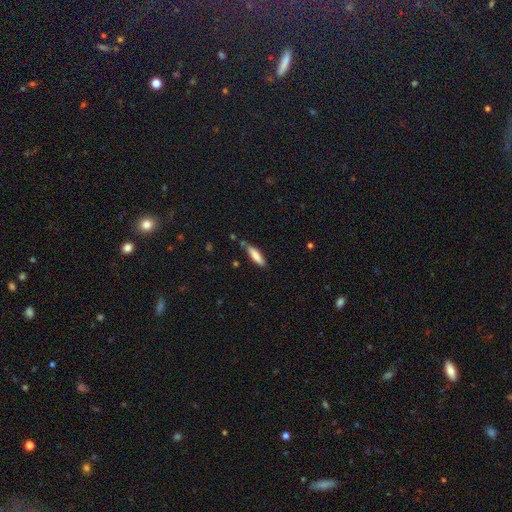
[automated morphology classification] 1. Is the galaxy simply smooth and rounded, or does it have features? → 79% smooth, 15% featured or disk, 6% star or artifact.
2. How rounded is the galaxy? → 68% cigar-shaped, 31% in between, 1% round.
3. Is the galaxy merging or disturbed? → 74% none, 18% minor disturbance, 5% merger, 3% major disturbance.